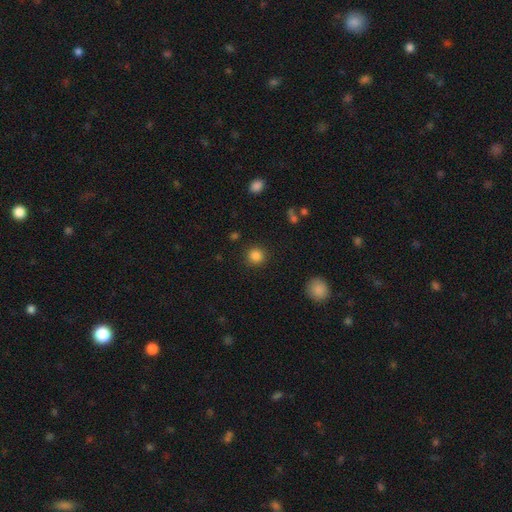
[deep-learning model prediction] Q: Smooth or featured?
A: smooth (85%); runner-up: star or artifact (11%)
Q: How rounded?
A: round (92%); runner-up: in between (7%)
Q: Merging?
A: none (90%); runner-up: minor disturbance (6%)